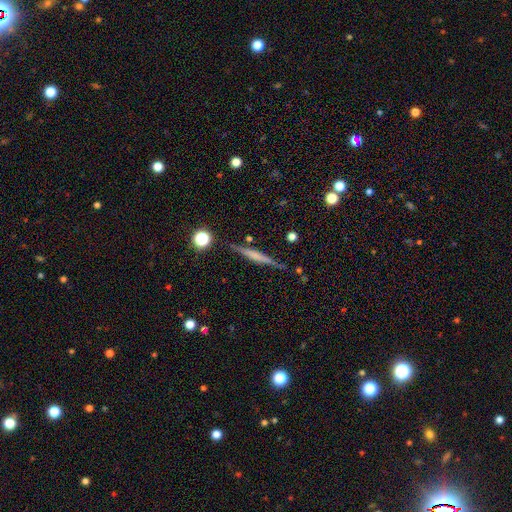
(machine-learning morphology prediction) Smooth or featured? featured or disk (59%)
Edge-on disk? yes (97%)
Edge-on bulge? none (51%)
Merging? none (86%)